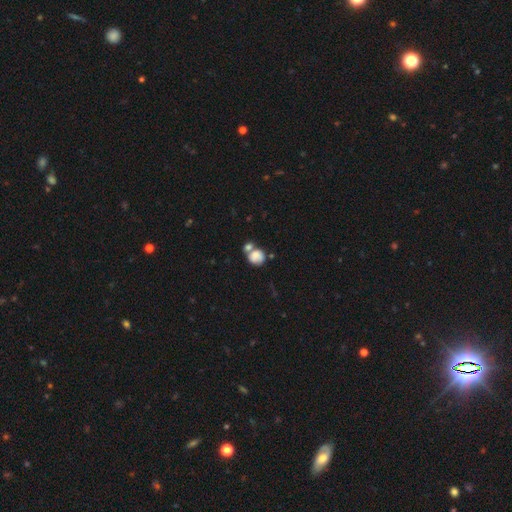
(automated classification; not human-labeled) Smooth or featured? Predicted: smooth (p=0.77). How rounded? Predicted: round (p=0.72). Merging? Predicted: merger (p=0.50).